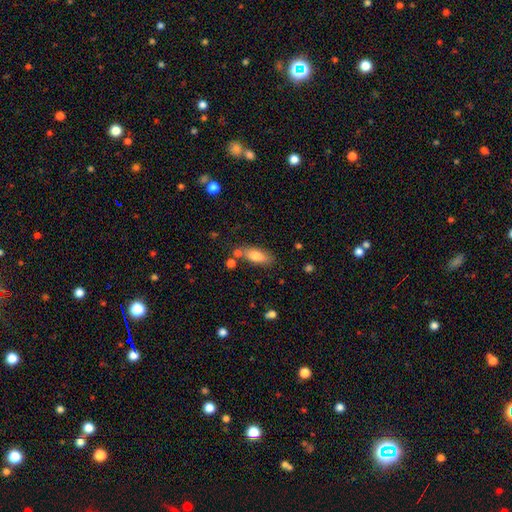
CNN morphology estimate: Smooth or featured?
  - smooth: 79% *
  - featured or disk: 14%
  - star or artifact: 7%
How rounded?
  - in between: 75% *
  - cigar-shaped: 22%
  - round: 3%
Merging?
  - none: 73% *
  - minor disturbance: 14%
  - merger: 9%
  - major disturbance: 4%